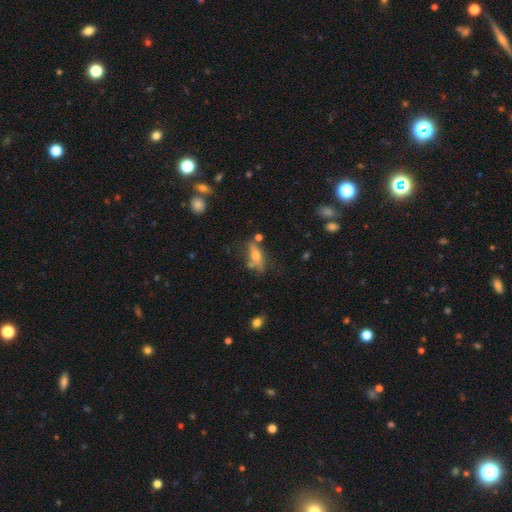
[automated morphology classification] Q: Smooth or featured?
A: featured or disk (48%); runner-up: smooth (41%)
Q: Merging?
A: none (62%); runner-up: minor disturbance (19%)